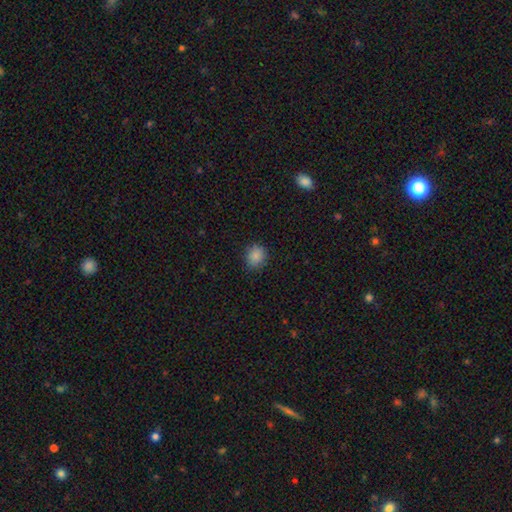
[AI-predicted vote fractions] A smooth galaxy with no disk features (86%) that is round (79%). Merging: none (88%).